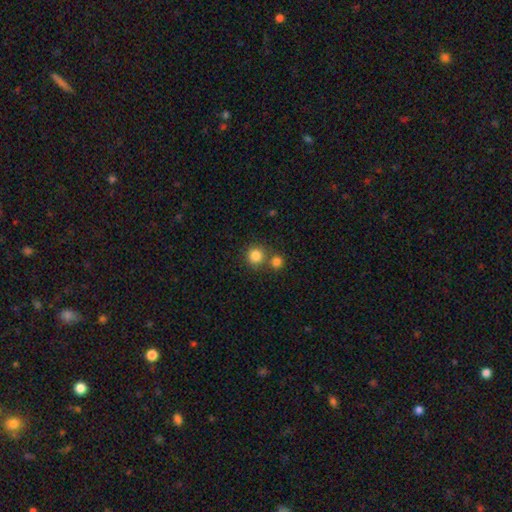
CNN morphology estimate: smooth 83%, star or artifact 11%, featured or disk 6%. Down the decision tree: how rounded — round (92%); merging — none (66%).